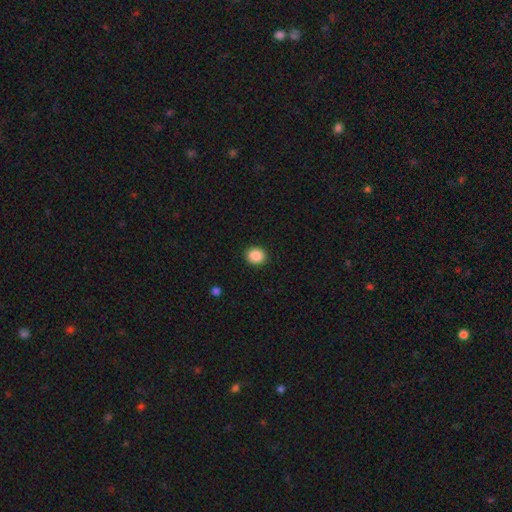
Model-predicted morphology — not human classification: smooth 88%, star or artifact 9%, featured or disk 3%. Down the decision tree: how rounded — round (82%); merging — none (91%).